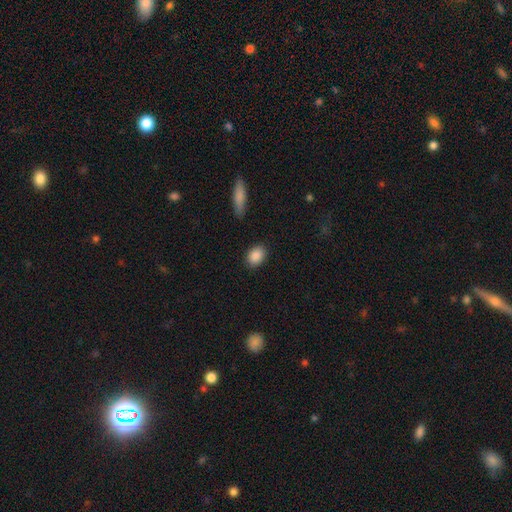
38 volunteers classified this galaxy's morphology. Volunteers were most divided on "how rounded": in between: 69%, round: 25%, cigar-shaped: 6%. More confident: smooth or featured — smooth (95%); merging — none (81%).